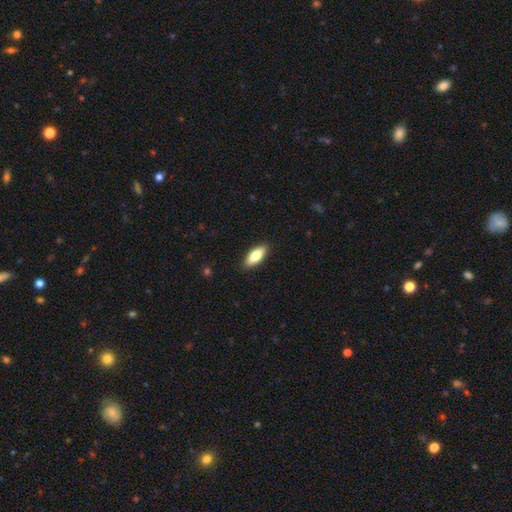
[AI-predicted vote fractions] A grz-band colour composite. It shows a smooth galaxy with no disk features (76%) that is in between round and cigar-shaped (74%). Merging: none (89%).